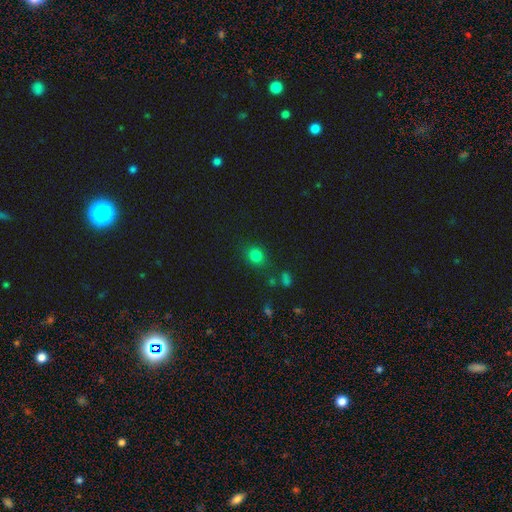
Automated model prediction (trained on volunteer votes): Smooth or featured: smooth — 79% (star or artifact — 15%)
How rounded: round — 67% (in between — 32%)
Merging: none — 80% (minor disturbance — 12%)